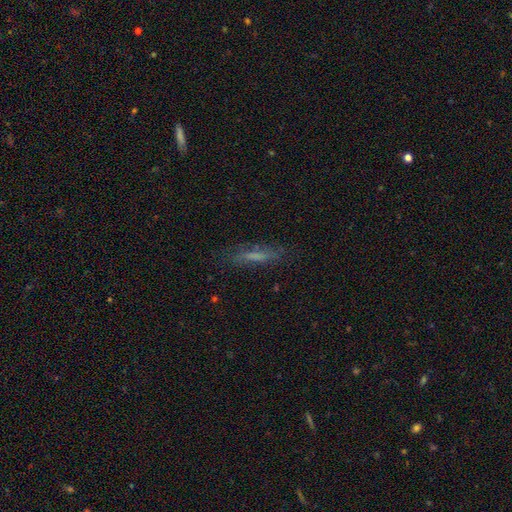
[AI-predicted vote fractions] A smooth galaxy with no disk features (54%) that is cigar-shaped (82%).

Vote fractions:
- Smooth or featured? smooth: 54% / featured or disk: 33% / star or artifact: 14%
- How rounded? cigar-shaped: 82% / in between: 16% / round: 2%
- Merging? none: 78% / minor disturbance: 15% / major disturbance: 5% / merger: 2%